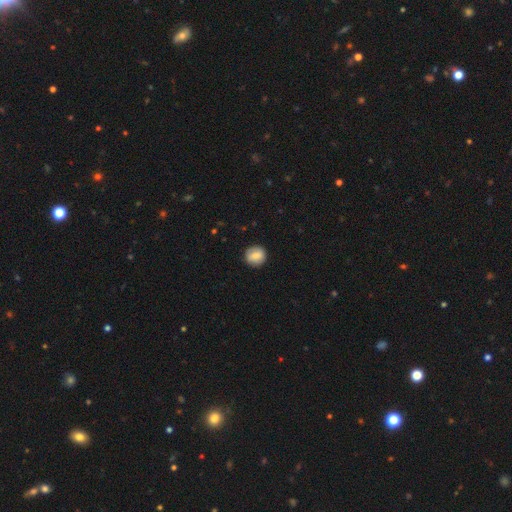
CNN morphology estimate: This is likely a smooth galaxy (76%). How rounded: clearly round (91%). Merging: clearly none (89%).